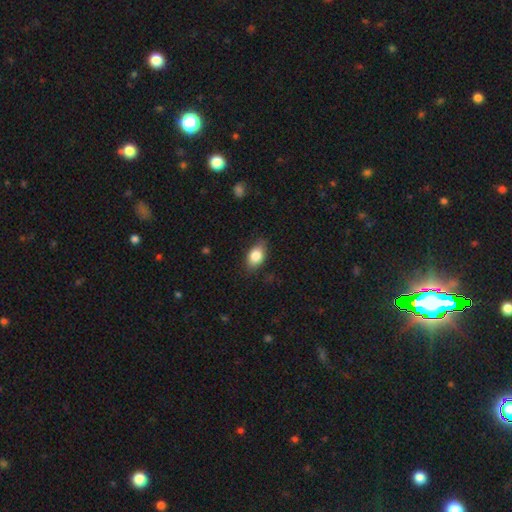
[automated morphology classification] type=smooth (83%); roundness=in between (86%); merging=none (80%).